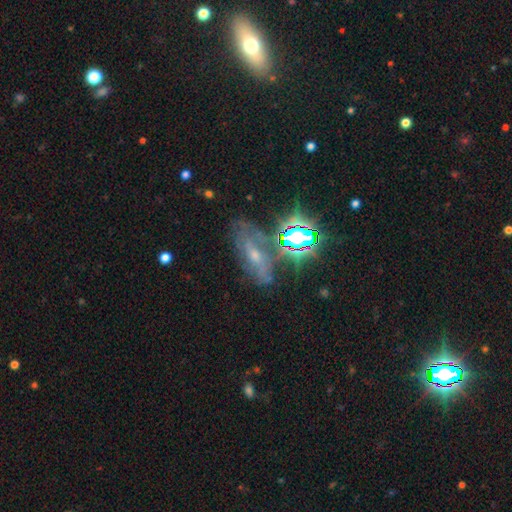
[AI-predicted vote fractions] This appears to be a featured or disk galaxy (45%). Merging: none (54%).